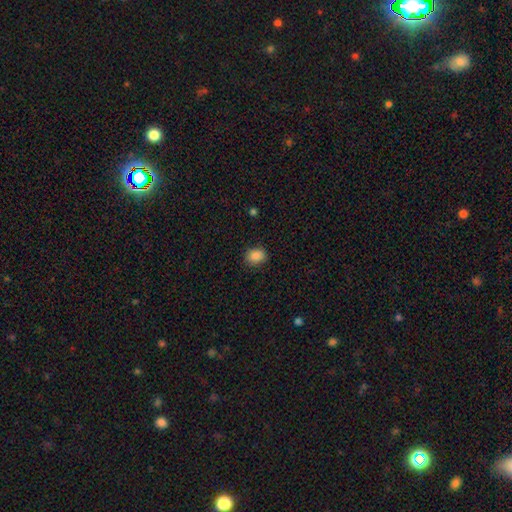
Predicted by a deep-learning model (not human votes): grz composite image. It shows a smooth galaxy with no disk features (87%) that is in between round and cigar-shaped (50%). Merging: none (86%).